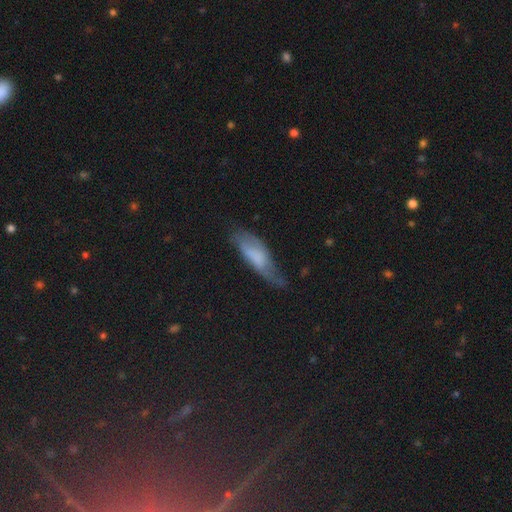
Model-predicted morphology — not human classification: type=smooth (54%); roundness=in between (54%); merging=none (46%).